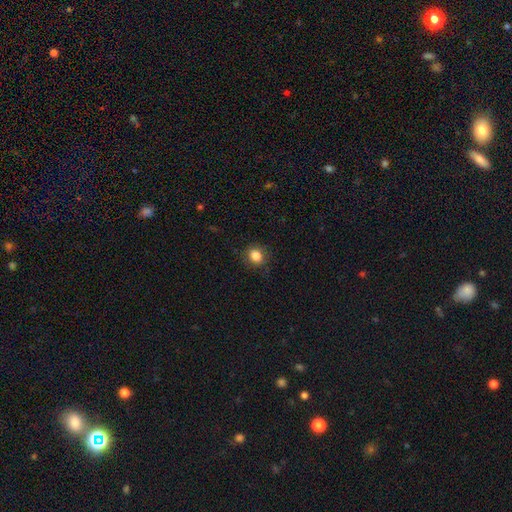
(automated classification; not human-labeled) Smooth or featured: smooth — 85% (star or artifact — 10%)
How rounded: round — 56% (in between — 43%)
Merging: none — 84% (minor disturbance — 11%)